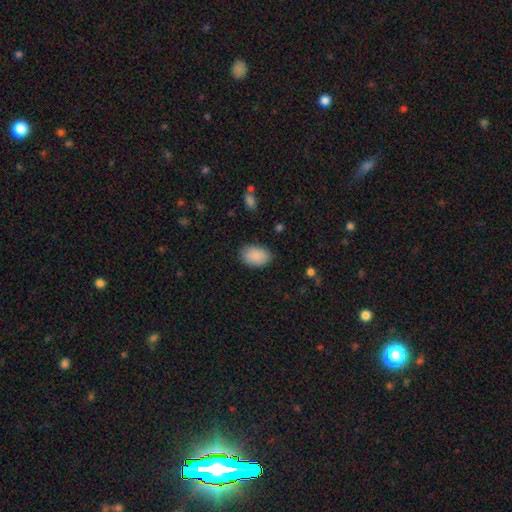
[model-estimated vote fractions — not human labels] A smooth galaxy with no disk features (89%) that is in between round and cigar-shaped (86%).

Vote fractions:
- Smooth or featured? smooth: 89% / star or artifact: 7% / featured or disk: 4%
- How rounded? in between: 86% / round: 13% / cigar-shaped: 1%
- Merging? none: 84% / minor disturbance: 12% / major disturbance: 3% / merger: 1%